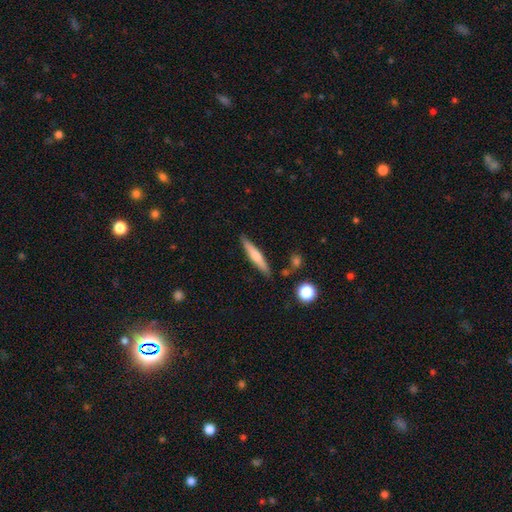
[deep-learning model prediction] Smooth or featured?
  - smooth: 50% *
  - featured or disk: 44%
  - star or artifact: 6%
Merging?
  - none: 87% *
  - minor disturbance: 9%
  - merger: 2%
  - major disturbance: 2%